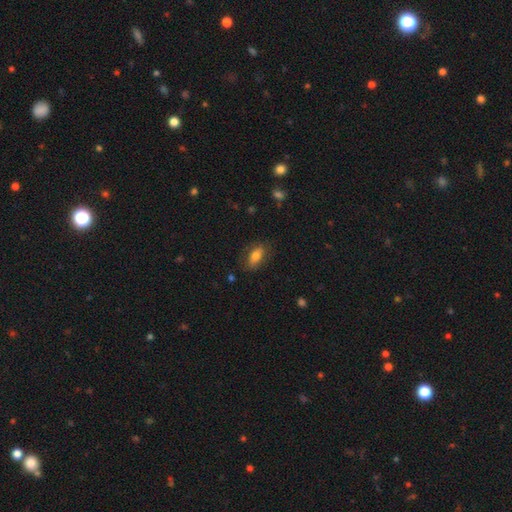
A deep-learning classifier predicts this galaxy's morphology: smooth-or-featured: smooth: 75% | featured or disk: 17% | star or artifact: 8%
  how-rounded: in between: 85% | cigar-shaped: 10% | round: 5%
  merging: none: 78% | minor disturbance: 16% | major disturbance: 5% | merger: 1%